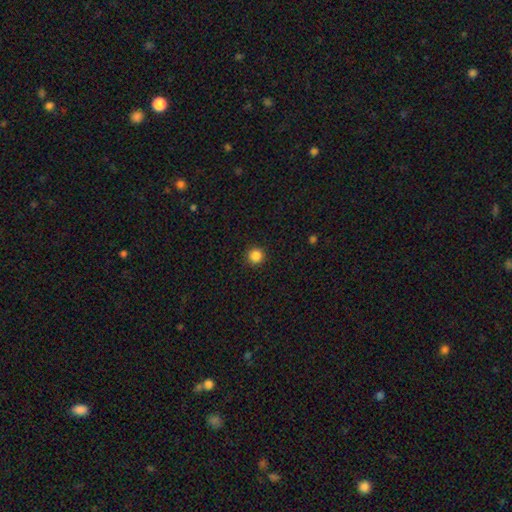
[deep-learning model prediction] Smooth or featured: smooth — 86% (star or artifact — 11%)
How rounded: round — 96% (in between — 3%)
Merging: none — 92% (minor disturbance — 5%)